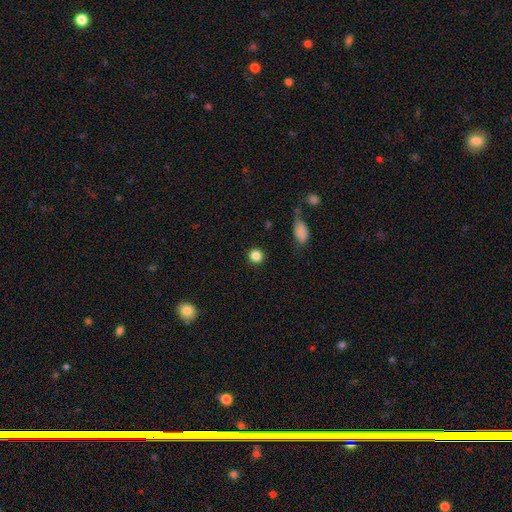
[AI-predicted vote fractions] Smooth or featured: smooth — 85% (star or artifact — 11%)
How rounded: round — 91% (in between — 8%)
Merging: none — 89% (minor disturbance — 6%)